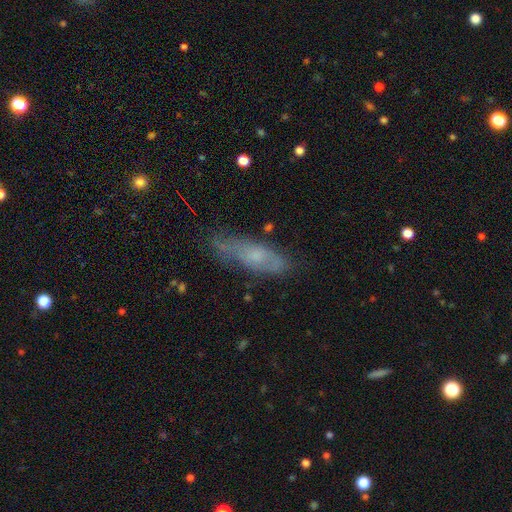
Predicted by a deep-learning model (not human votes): Smooth or featured? Predicted: smooth (p=0.46). Merging? Predicted: none (p=0.66).